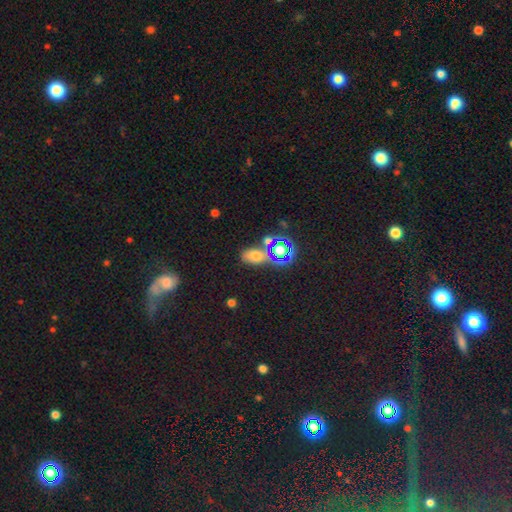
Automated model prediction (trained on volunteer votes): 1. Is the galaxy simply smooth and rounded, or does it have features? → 59% smooth, 29% star or artifact, 11% featured or disk.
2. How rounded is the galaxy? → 80% in between, 16% round, 4% cigar-shaped.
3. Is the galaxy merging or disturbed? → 62% none, 17% merger, 15% minor disturbance, 7% major disturbance.